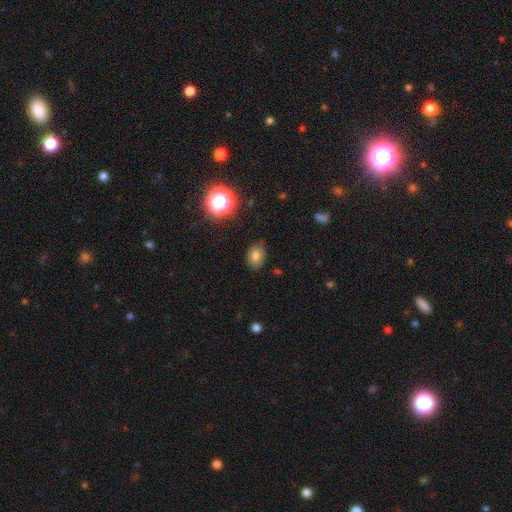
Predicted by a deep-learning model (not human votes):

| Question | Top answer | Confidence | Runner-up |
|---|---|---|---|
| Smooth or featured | smooth | 76% | star or artifact (14%) |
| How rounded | in between | 69% | round (30%) |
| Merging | none | 83% | minor disturbance (13%) |